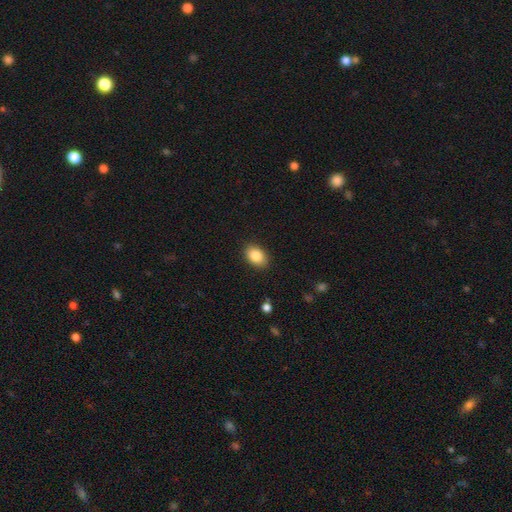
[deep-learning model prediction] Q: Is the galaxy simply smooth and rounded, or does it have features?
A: smooth — 85%.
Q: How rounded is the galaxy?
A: in between — 80%.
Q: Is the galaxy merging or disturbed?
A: none — 88%.